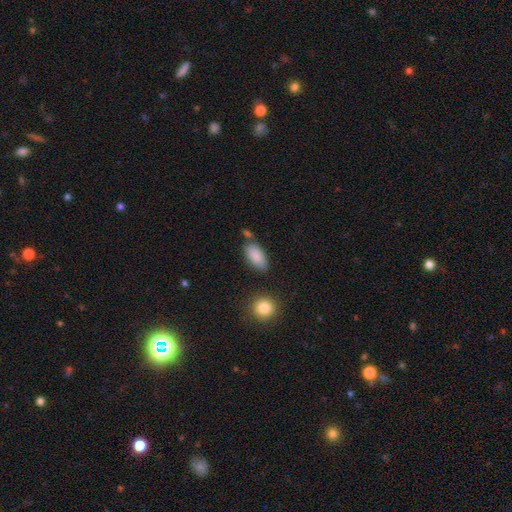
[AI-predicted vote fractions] This is clearly a smooth galaxy (88%). How rounded: clearly in between (91%). Merging: likely none (69%).